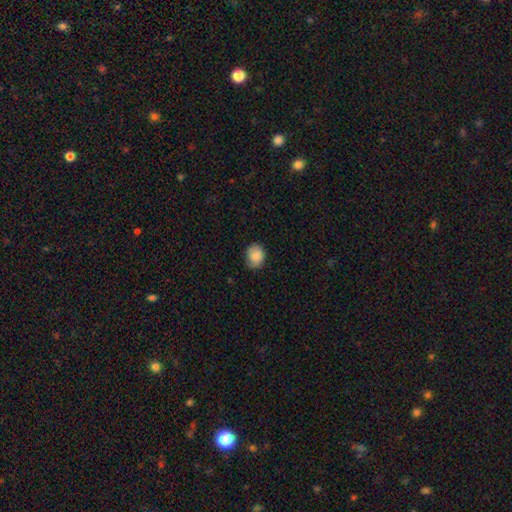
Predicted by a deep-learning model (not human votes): Smooth or featured? Predicted: smooth (p=0.87). How rounded? Predicted: round (p=0.50). Merging? Predicted: none (p=0.78).